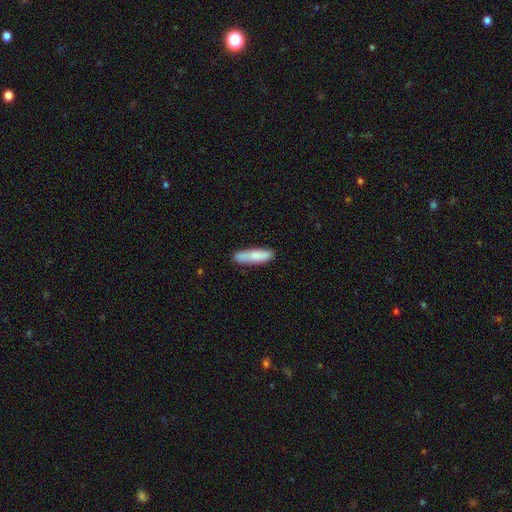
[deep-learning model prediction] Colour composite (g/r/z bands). It shows a smooth galaxy with no disk features (81%) that is cigar-shaped (72%). Merging: none (76%).